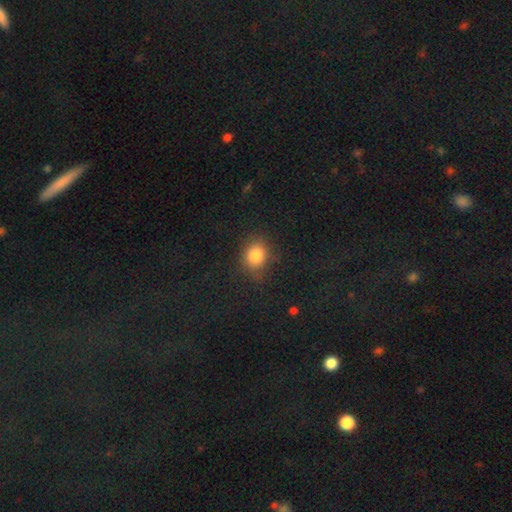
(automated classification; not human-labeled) A smooth galaxy with no disk features (82%) that is round (71%).

Vote fractions:
- Smooth or featured? smooth: 82% / star or artifact: 12% / featured or disk: 6%
- How rounded? round: 71% / in between: 28% / cigar-shaped: 1%
- Merging? none: 78% / minor disturbance: 15% / major disturbance: 5% / merger: 2%